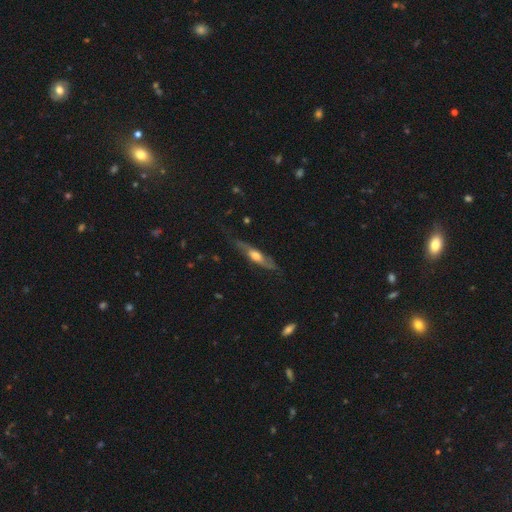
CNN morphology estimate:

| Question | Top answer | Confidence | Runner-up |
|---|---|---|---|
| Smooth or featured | featured or disk | 55% | smooth (39%) |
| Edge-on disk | yes | 71% | no (29%) |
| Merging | none | 65% | minor disturbance (24%) |